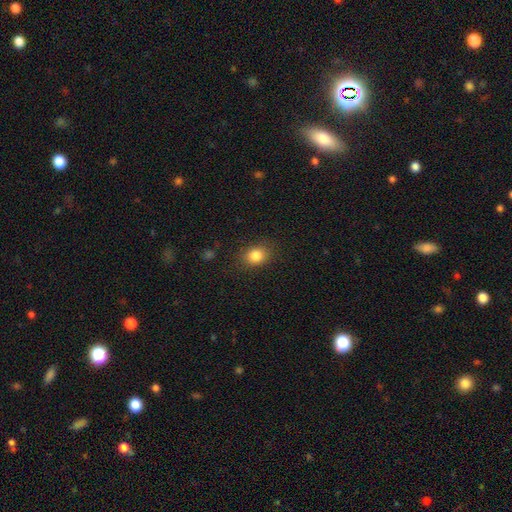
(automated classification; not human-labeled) Smooth or featured?
  - smooth: 83% *
  - star or artifact: 10%
  - featured or disk: 6%
How rounded?
  - in between: 51% *
  - round: 48%
  - cigar-shaped: 1%
Merging?
  - none: 84% *
  - minor disturbance: 11%
  - major disturbance: 3%
  - merger: 1%